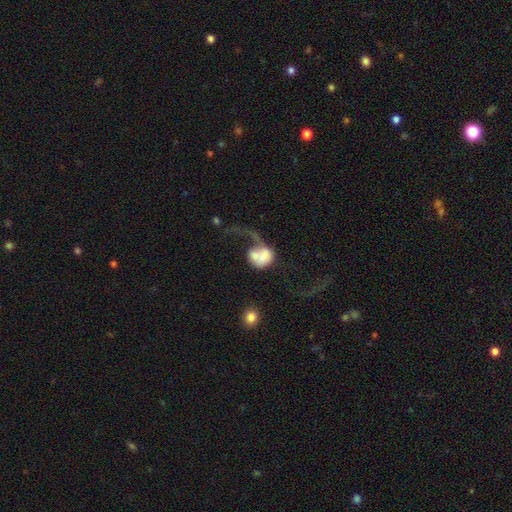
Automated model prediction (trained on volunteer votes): A smooth galaxy with no disk features (54%) that is round (56%). Merging: merger (44%).